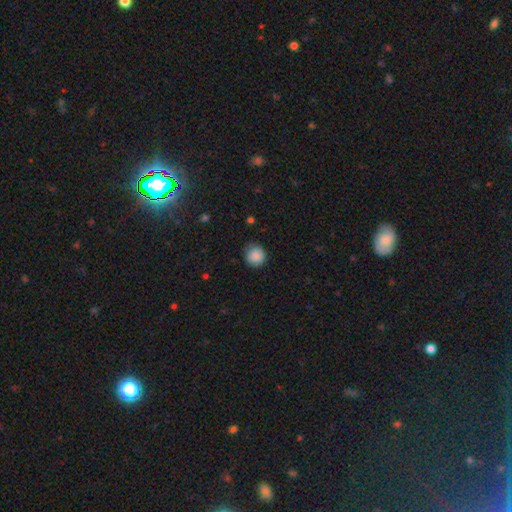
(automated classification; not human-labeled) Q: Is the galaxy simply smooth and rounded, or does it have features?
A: smooth — 88%.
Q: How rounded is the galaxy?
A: round — 91%.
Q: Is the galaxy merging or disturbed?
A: none — 81%.